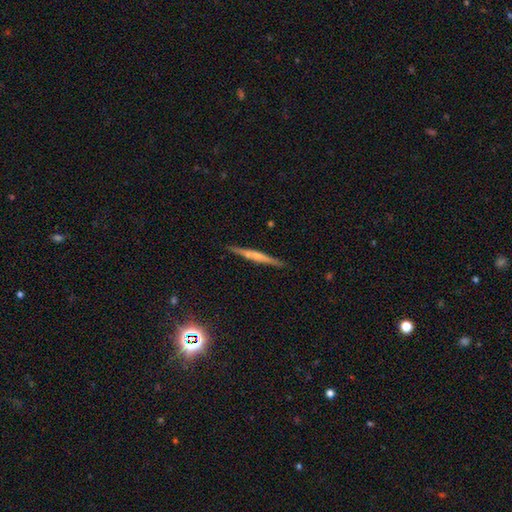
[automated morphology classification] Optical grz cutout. It shows a featured or disk galaxy (61%) viewed edge-on (97%) with a rounded central bulge (51%). Merging: none (87%).